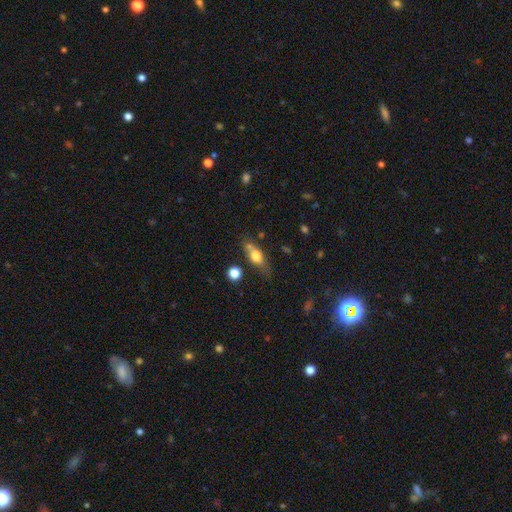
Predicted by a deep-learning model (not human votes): Smooth or featured? Predicted: smooth (p=0.60). How rounded? Predicted: in between (p=0.59). Merging? Predicted: none (p=0.57).